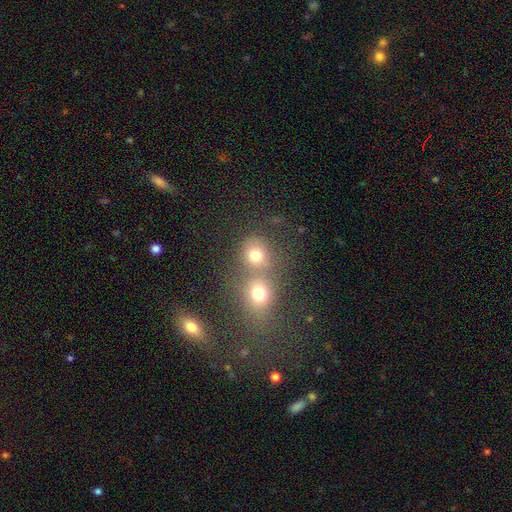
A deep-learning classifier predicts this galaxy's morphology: smooth-or-featured: smooth: 75% | star or artifact: 15% | featured or disk: 10%
  how-rounded: round: 78% | in between: 21% | cigar-shaped: 1%
  merging: merger: 52% | none: 38% | minor disturbance: 6% | major disturbance: 4%